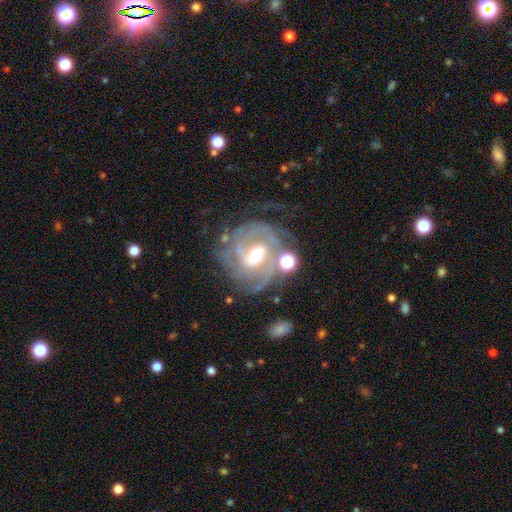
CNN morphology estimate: smooth_or_featured: featured or disk (p=0.87) [alt: smooth p=0.07]
disk_edge_on: no (p=0.97) [alt: yes p=0.03]
bar: weak (p=0.49) [alt: no p=0.26]
has_spiral_arms: yes (p=0.95) [alt: no p=0.05]
spiral_winding: tight (p=0.54) [alt: medium p=0.37]
spiral_arm_count: 2 (p=0.39) [alt: can't tell p=0.23]
bulge_size: moderate (p=0.60) [alt: small p=0.33]
merging: none (p=0.61) [alt: minor disturbance p=0.18]